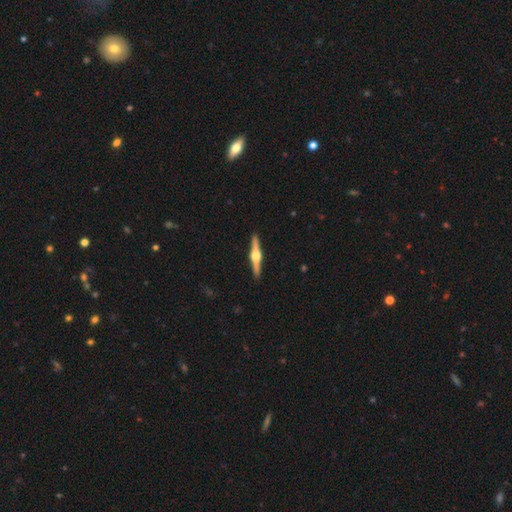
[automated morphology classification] This appears to be a featured or disk galaxy (83%) viewed edge-on (99%) with a rounded central bulge (95%). Merging: none (92%).